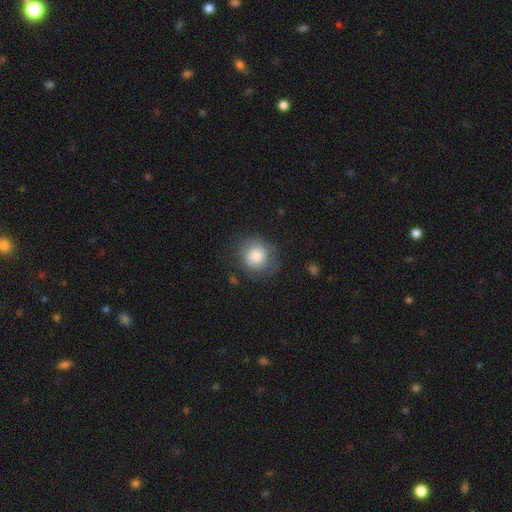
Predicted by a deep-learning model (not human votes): Overall: smooth (81%). How rounded: round (86%). Merging: none (73%).